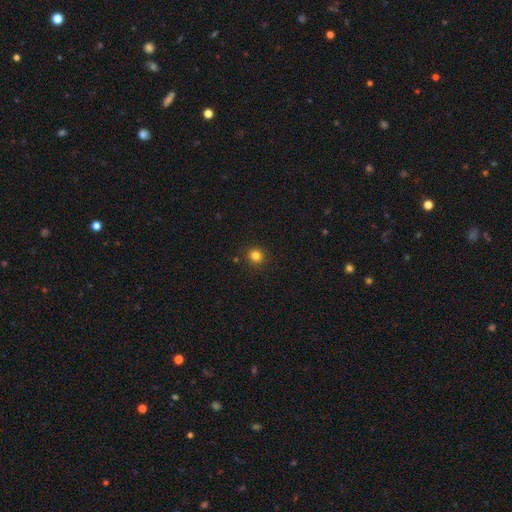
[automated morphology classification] smooth_or_featured: smooth (p=0.82) [alt: star or artifact p=0.14]
how_rounded: round (p=0.92) [alt: in between p=0.07]
merging: none (p=0.90) [alt: minor disturbance p=0.06]